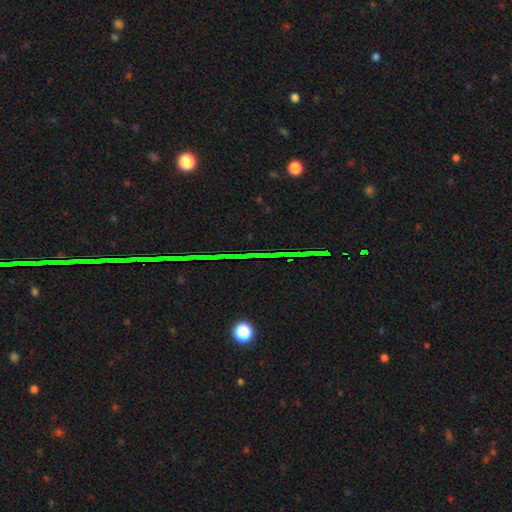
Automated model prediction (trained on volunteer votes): Morphology: type=star or artifact (82%).